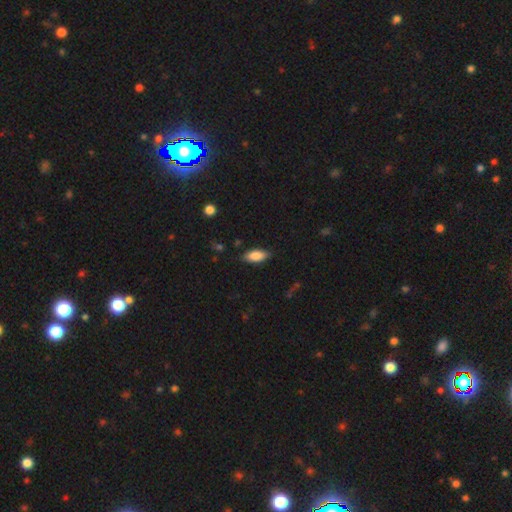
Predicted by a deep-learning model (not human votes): This appears to be a smooth galaxy with no disk features (84%) that is in between round and cigar-shaped (84%). Merging: none (82%).